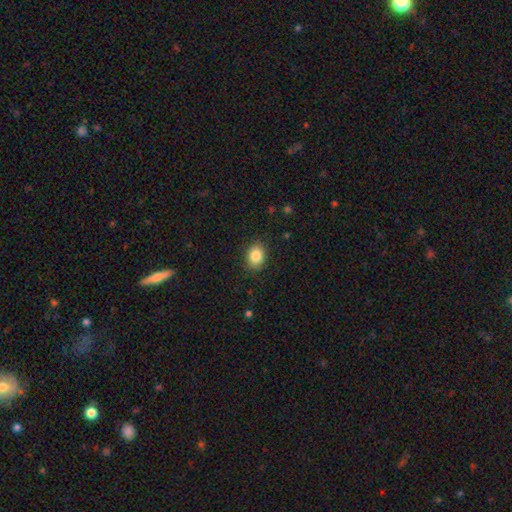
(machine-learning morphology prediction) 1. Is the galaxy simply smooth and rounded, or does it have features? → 85% smooth, 9% star or artifact, 6% featured or disk.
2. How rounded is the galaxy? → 60% in between, 39% round, 1% cigar-shaped.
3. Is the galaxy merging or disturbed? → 87% none, 10% minor disturbance, 2% major disturbance, 1% merger.